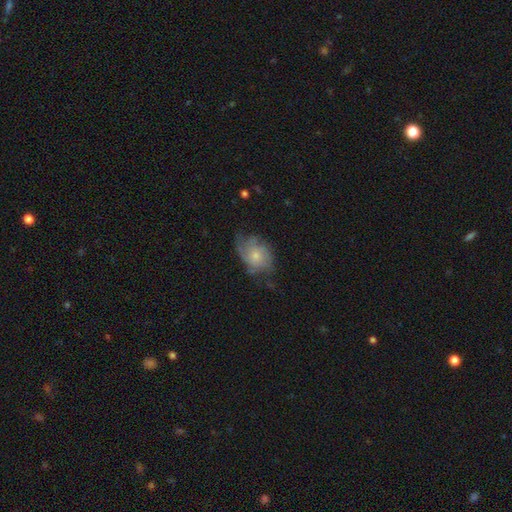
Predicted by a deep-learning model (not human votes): smooth-or-featured: featured or disk: 54% | smooth: 38% | star or artifact: 9%
  disk-edge-on: no: 97% | yes: 3%
    bar: no: 82% | weak: 16% | strong: 2%
    has-spiral-arms: yes: 76% | no: 24%
    bulge-size: small: 54% | moderate: 36% | none: 5% | large: 3% | dominant: 1%
  merging: none: 49% | minor disturbance: 30% | major disturbance: 20% | merger: 2%